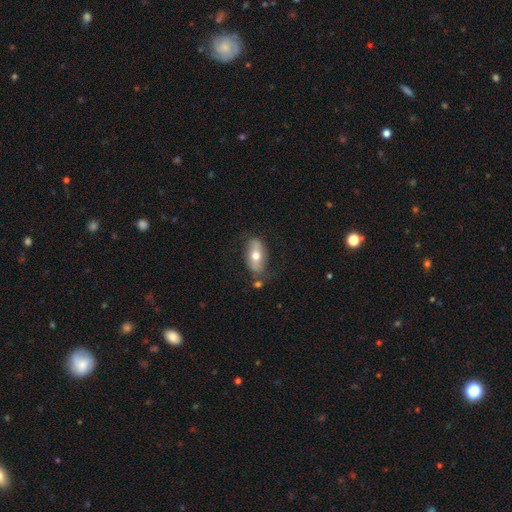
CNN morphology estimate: smooth-or-featured: smooth: 56% | featured or disk: 38% | star or artifact: 7%
  how-rounded: in between: 87% | cigar-shaped: 7% | round: 6%
  merging: none: 69% | minor disturbance: 20% | major disturbance: 6% | merger: 5%